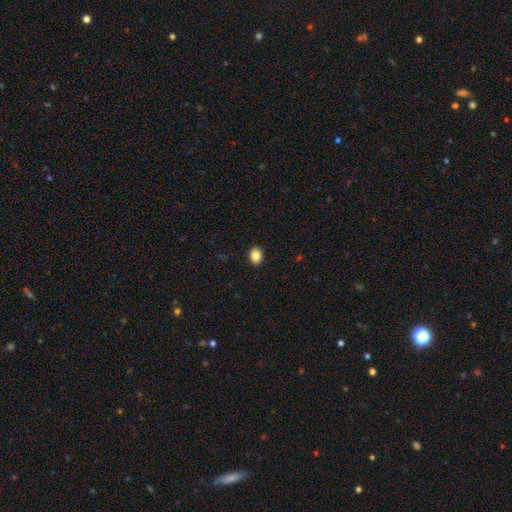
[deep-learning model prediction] Smooth or featured?
  - smooth: 86% *
  - star or artifact: 9%
  - featured or disk: 5%
How rounded?
  - in between: 57% *
  - round: 42%
  - cigar-shaped: 1%
Merging?
  - none: 91% *
  - minor disturbance: 6%
  - major disturbance: 2%
  - merger: 1%